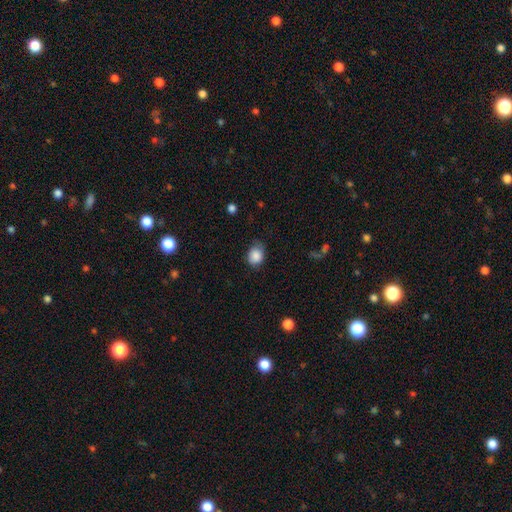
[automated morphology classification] Smooth or featured?
  - smooth: 86% *
  - star or artifact: 9%
  - featured or disk: 5%
How rounded?
  - round: 53% *
  - in between: 46%
  - cigar-shaped: 1%
Merging?
  - none: 64% *
  - minor disturbance: 28%
  - major disturbance: 7%
  - merger: 1%